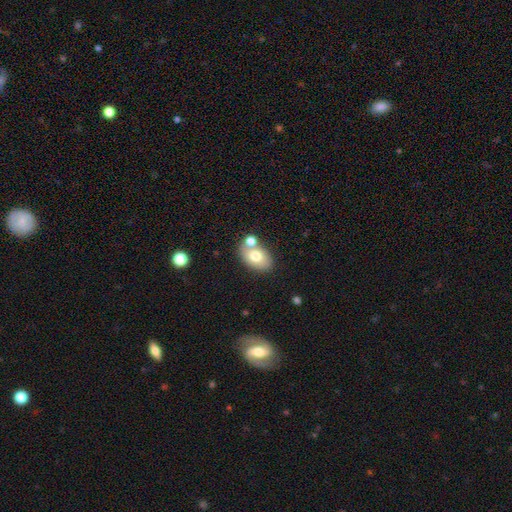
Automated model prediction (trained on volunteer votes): Morphology: type=smooth (72%); roundness=in between (85%); merging=none (59%).